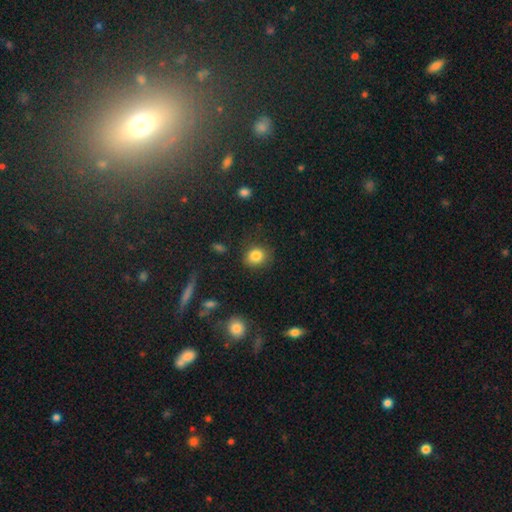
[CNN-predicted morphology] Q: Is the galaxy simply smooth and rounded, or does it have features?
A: smooth — 84%.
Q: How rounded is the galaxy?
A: round — 69%.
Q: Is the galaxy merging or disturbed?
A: none — 78%.